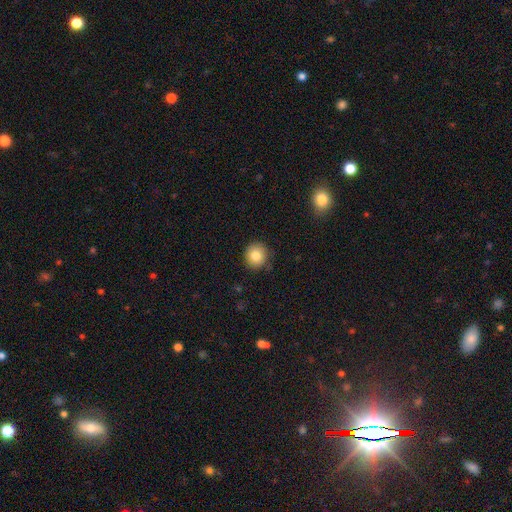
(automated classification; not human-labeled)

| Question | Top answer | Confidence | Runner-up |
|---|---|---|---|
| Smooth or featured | smooth | 82% | star or artifact (9%) |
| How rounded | round | 91% | in between (8%) |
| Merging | none | 84% | minor disturbance (12%) |